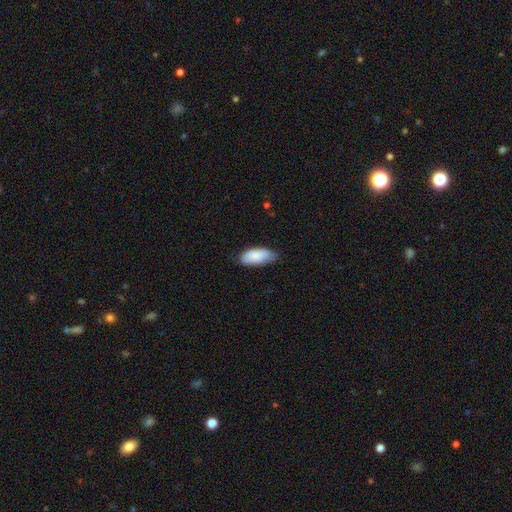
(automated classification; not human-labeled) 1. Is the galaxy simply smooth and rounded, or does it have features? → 87% smooth, 7% featured or disk, 6% star or artifact.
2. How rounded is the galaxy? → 88% in between, 10% cigar-shaped, 2% round.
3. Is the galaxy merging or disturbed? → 70% none, 26% minor disturbance, 3% major disturbance, 1% merger.